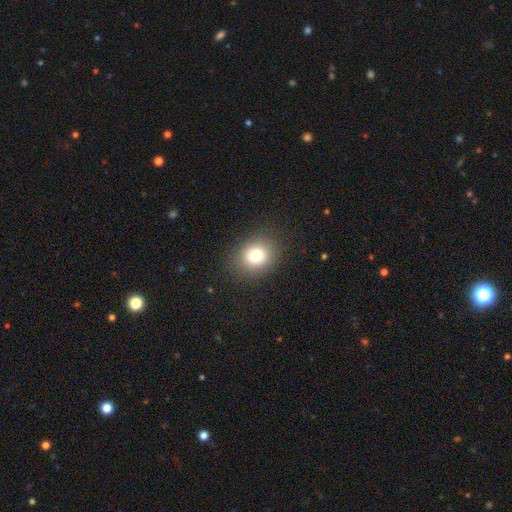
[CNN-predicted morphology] Smooth or featured? smooth (80%)
How rounded? round (61%)
Merging? none (87%)